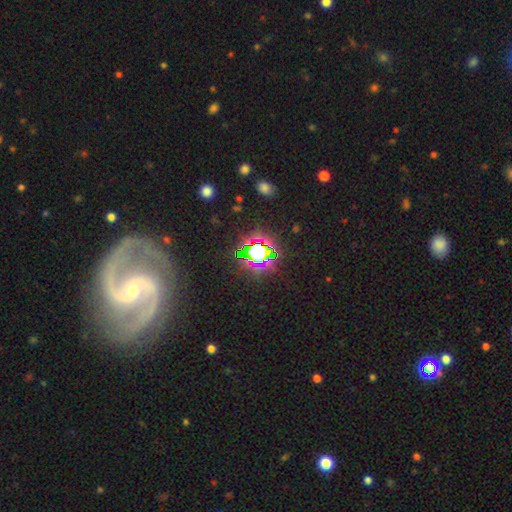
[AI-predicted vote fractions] A star or artifact, not a galaxy (77%).